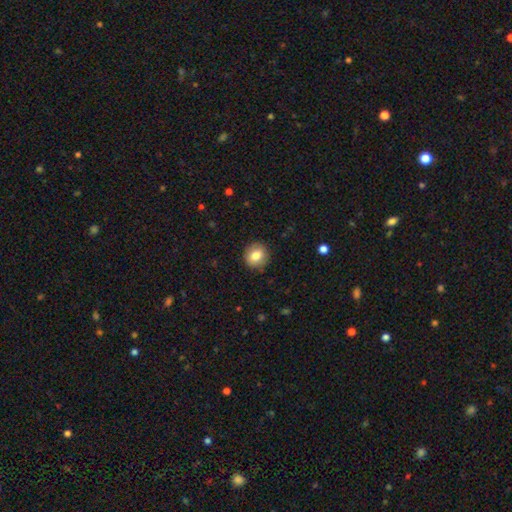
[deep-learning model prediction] smooth_or_featured: smooth (p=0.80) [alt: featured or disk p=0.11]
how_rounded: round (p=0.82) [alt: in between p=0.17]
merging: none (p=0.89) [alt: minor disturbance p=0.08]